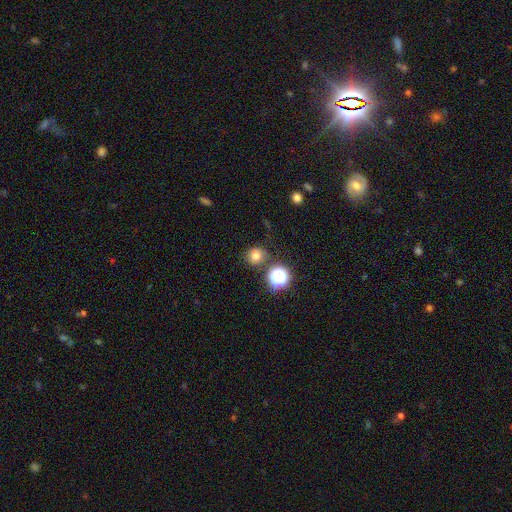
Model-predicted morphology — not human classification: Smooth or featured?
  - smooth: 74% *
  - star or artifact: 18%
  - featured or disk: 7%
How rounded?
  - round: 86% *
  - in between: 13%
  - cigar-shaped: 1%
Merging?
  - none: 78% *
  - minor disturbance: 12%
  - merger: 7%
  - major disturbance: 4%